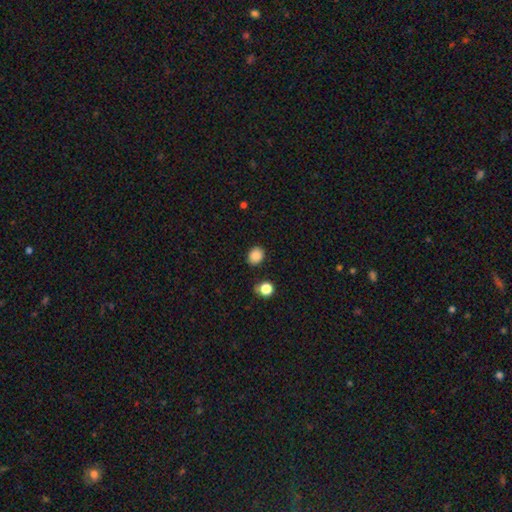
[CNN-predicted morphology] This appears to be a smooth galaxy with no disk features (86%) that is round (55%). Merging: none (86%).